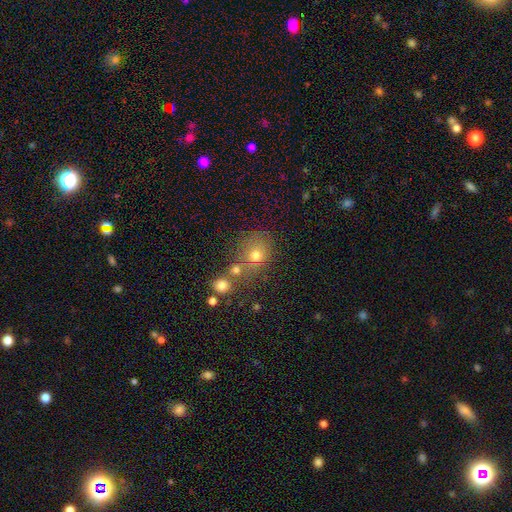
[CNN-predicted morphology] Q: Smooth or featured?
A: smooth (69%); runner-up: star or artifact (16%)
Q: How rounded?
A: round (69%); runner-up: in between (29%)
Q: Merging?
A: none (50%); runner-up: merger (30%)